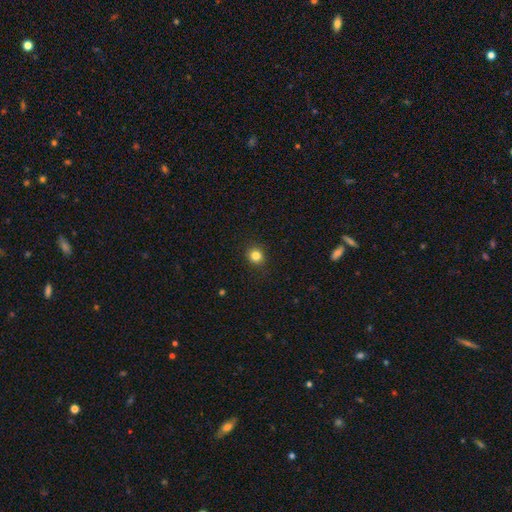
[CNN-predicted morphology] smooth_or_featured: smooth (p=0.83) [alt: star or artifact p=0.12]
how_rounded: round (p=0.87) [alt: in between p=0.12]
merging: none (p=0.91) [alt: minor disturbance p=0.06]